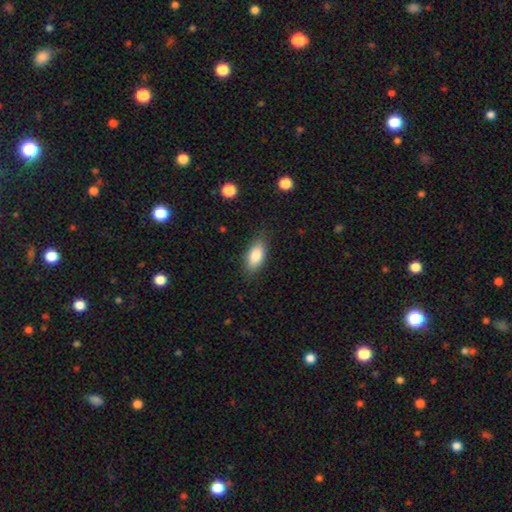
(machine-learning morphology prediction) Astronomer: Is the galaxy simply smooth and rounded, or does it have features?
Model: smooth — 83%.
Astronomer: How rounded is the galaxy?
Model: in between — 87%.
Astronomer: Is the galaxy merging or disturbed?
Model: none — 82%.